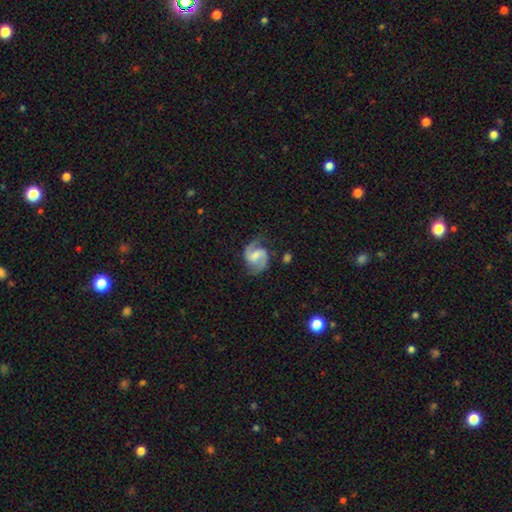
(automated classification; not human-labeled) Smooth or featured: featured or disk — 88% (smooth — 7%)
Edge-on disk: no — 98% (yes — 2%)
Bar: weak — 53% (strong — 24%)
Spiral arms: yes — 97% (no — 3%)
Spiral winding: medium — 58% (loose — 23%)
Spiral arm count: 2 — 93% (can't tell — 2%)
Bulge size: moderate — 38% (small — 33%)
Merging: none — 77% (minor disturbance — 16%)